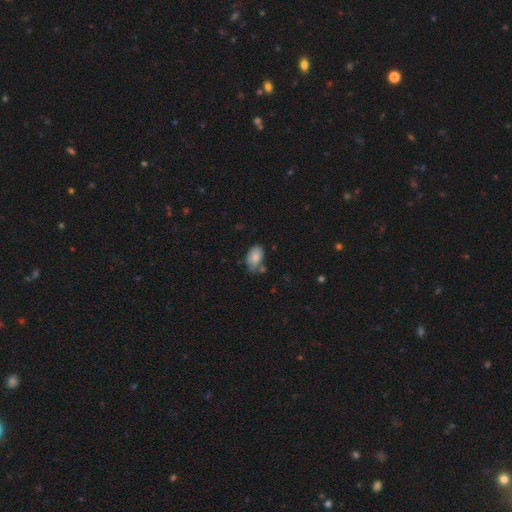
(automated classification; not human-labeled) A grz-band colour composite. It shows a smooth galaxy with no disk features (84%) that is in between round and cigar-shaped (91%). Merging: none (56%).